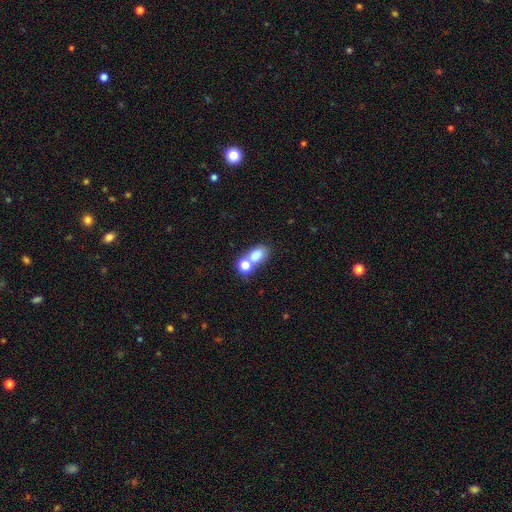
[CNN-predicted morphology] Smooth or featured: smooth — 76% (star or artifact — 12%)
How rounded: in between — 58% (round — 41%)
Merging: merger — 53% (none — 35%)